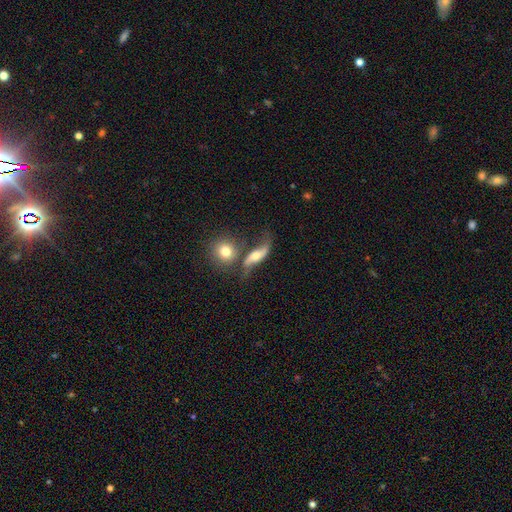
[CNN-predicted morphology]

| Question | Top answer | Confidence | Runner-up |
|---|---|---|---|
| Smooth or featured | featured or disk | 66% | smooth (26%) |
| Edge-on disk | no | 82% | yes (18%) |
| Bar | no | 51% | weak (29%) |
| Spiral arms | yes | 87% | no (13%) |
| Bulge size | moderate | 58% | small (24%) |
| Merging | none | 48% | merger (20%) |